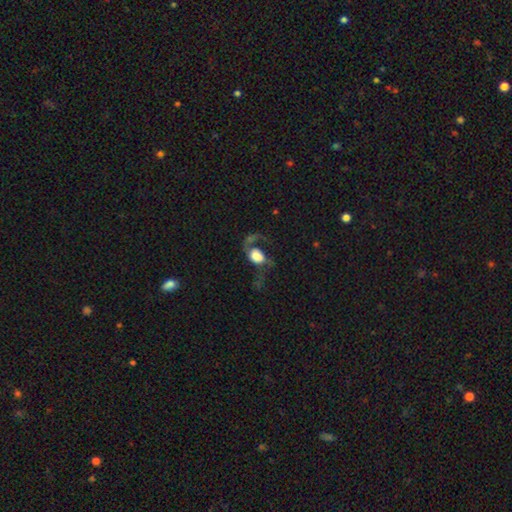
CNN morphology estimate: Overall: featured or disk (50%; smooth 41%). Merging: major disturbance (50%; none 29%).